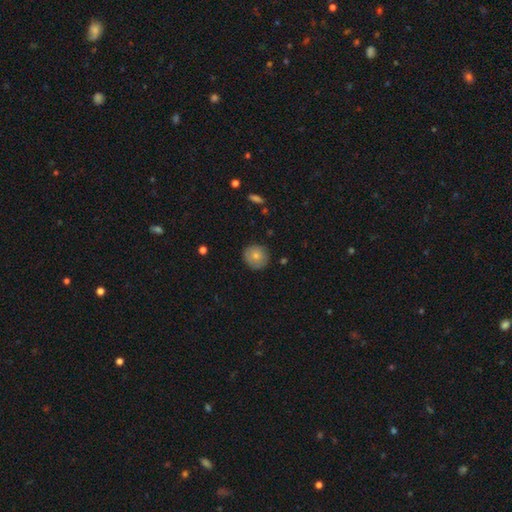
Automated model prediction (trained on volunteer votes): Smooth or featured: smooth — 74% (featured or disk — 18%)
How rounded: round — 92% (in between — 7%)
Merging: none — 83% (minor disturbance — 13%)